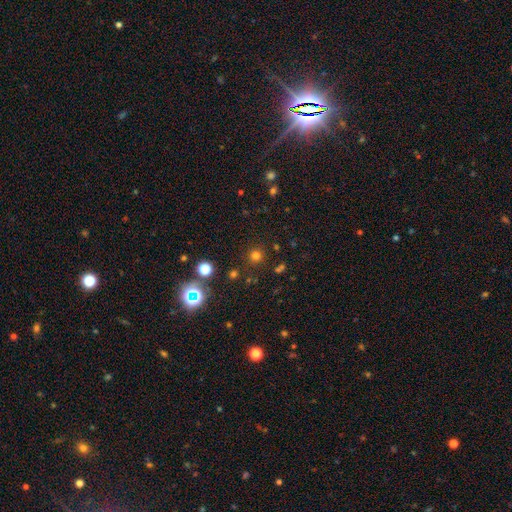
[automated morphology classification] A smooth galaxy with no disk features (71%) that is round (94%).

Vote fractions:
- Smooth or featured? smooth: 71% / star or artifact: 23% / featured or disk: 6%
- How rounded? round: 94% / in between: 5% / cigar-shaped: 1%
- Merging? none: 88% / minor disturbance: 6% / merger: 3% / major disturbance: 3%